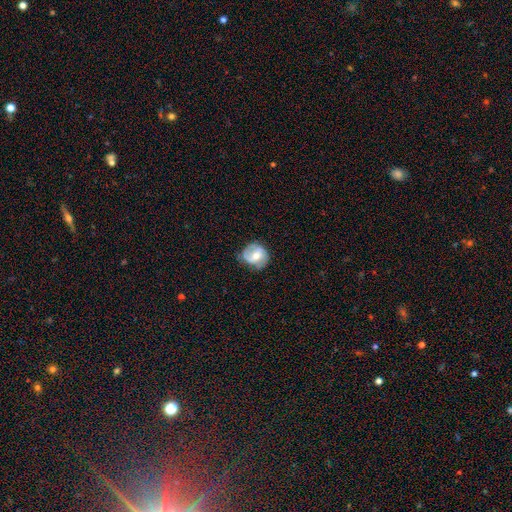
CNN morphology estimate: This appears to be a featured or disk galaxy (60%) with a weak bar (44%), spiral arms (75%) and a moderate central bulge (66%). Merging: none (65%).